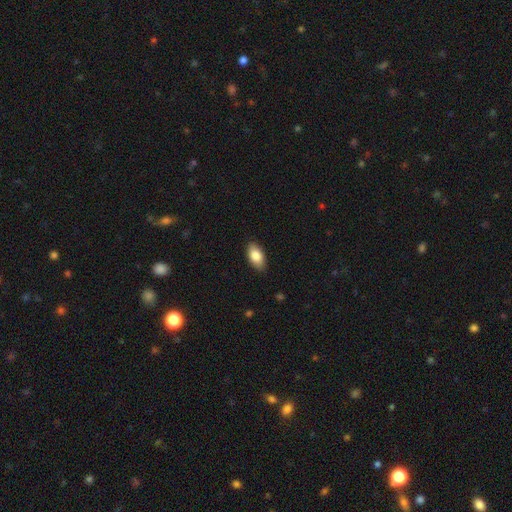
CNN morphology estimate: type=smooth (84%); roundness=in between (93%); merging=none (87%).